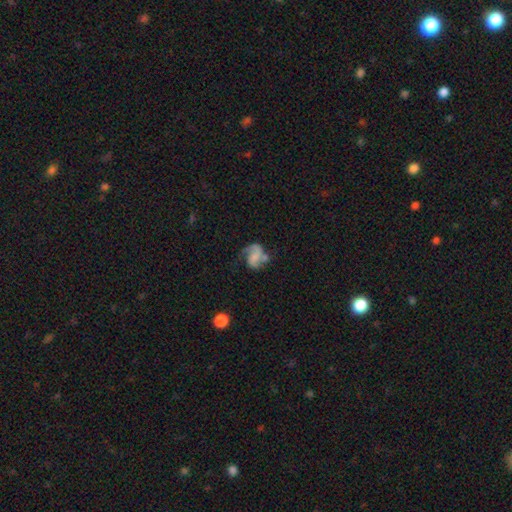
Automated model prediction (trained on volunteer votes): The model was most divided on "spiral winding": loose: 45%, medium: 40%, tight: 15%. Remaining: edge-on disk — no (98%); spiral arms — yes (88%); smooth or featured — featured or disk (66%); spiral arm count — 2 (58%); bulge size — none (54%); bar — no (52%); merging — none (38%).